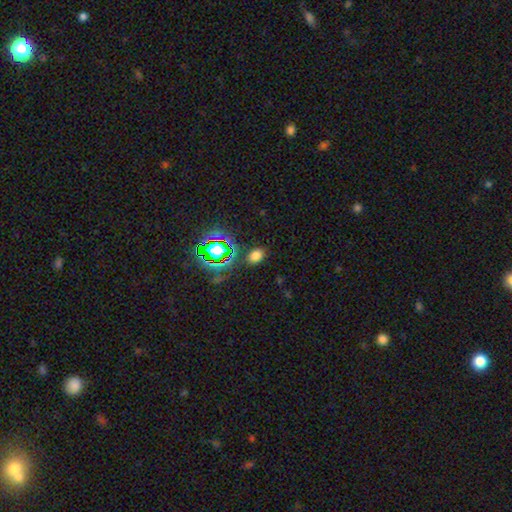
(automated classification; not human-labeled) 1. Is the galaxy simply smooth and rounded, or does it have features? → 69% smooth, 25% star or artifact, 6% featured or disk.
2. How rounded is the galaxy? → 69% in between, 29% round, 1% cigar-shaped.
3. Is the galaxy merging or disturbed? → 83% none, 10% minor disturbance, 3% major disturbance, 3% merger.